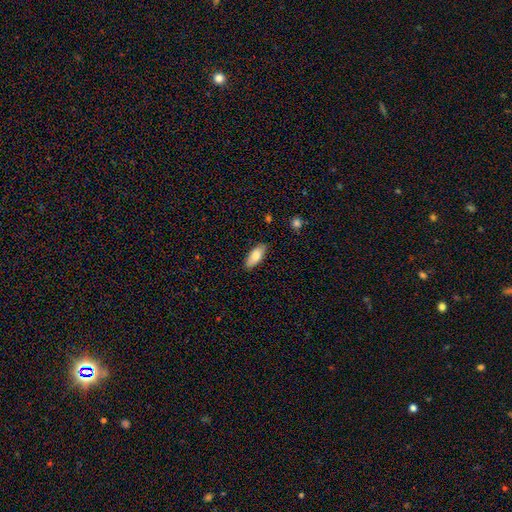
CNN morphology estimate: A smooth galaxy with no disk features (80%) that is in between round and cigar-shaped (84%).

Vote fractions:
- Smooth or featured? smooth: 80% / featured or disk: 14% / star or artifact: 6%
- How rounded? in between: 84% / cigar-shaped: 14% / round: 2%
- Merging? none: 86% / minor disturbance: 11% / major disturbance: 2% / merger: 1%